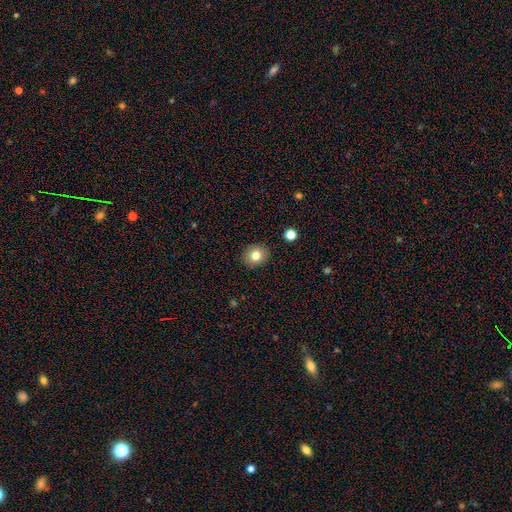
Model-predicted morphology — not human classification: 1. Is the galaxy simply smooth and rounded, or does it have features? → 79% smooth, 11% star or artifact, 10% featured or disk.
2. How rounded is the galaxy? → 75% round, 24% in between, 1% cigar-shaped.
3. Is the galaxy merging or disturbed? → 90% none, 7% minor disturbance, 2% major disturbance, 1% merger.